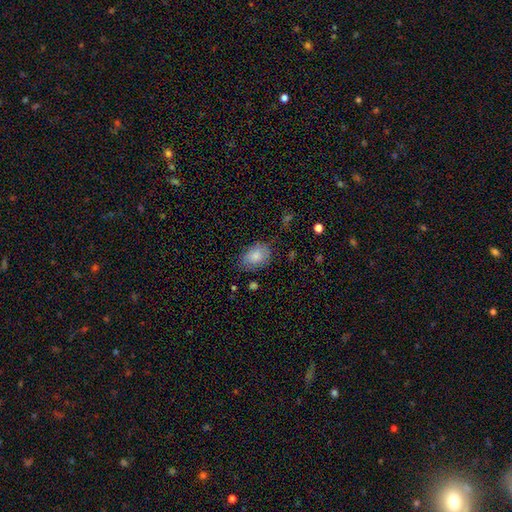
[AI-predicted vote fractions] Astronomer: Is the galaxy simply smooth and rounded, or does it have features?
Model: smooth — 83%.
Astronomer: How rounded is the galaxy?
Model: in between — 81%.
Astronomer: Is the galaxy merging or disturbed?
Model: none — 71%.